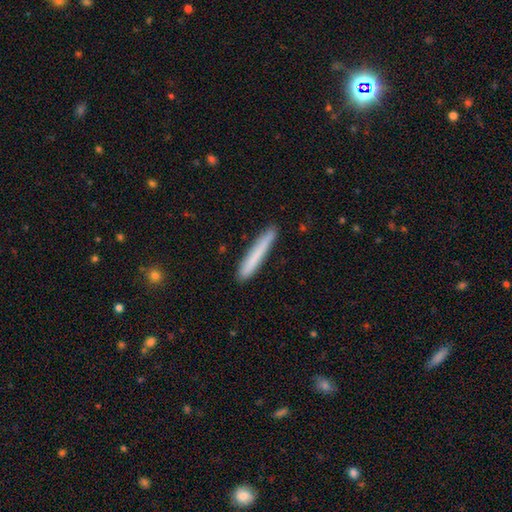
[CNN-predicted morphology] A smooth galaxy with no disk features (74%) that is cigar-shaped (96%).

Vote fractions:
- Smooth or featured? smooth: 74% / featured or disk: 19% / star or artifact: 6%
- How rounded? cigar-shaped: 96% / in between: 2% / round: 1%
- Merging? none: 89% / minor disturbance: 8% / major disturbance: 1% / merger: 1%